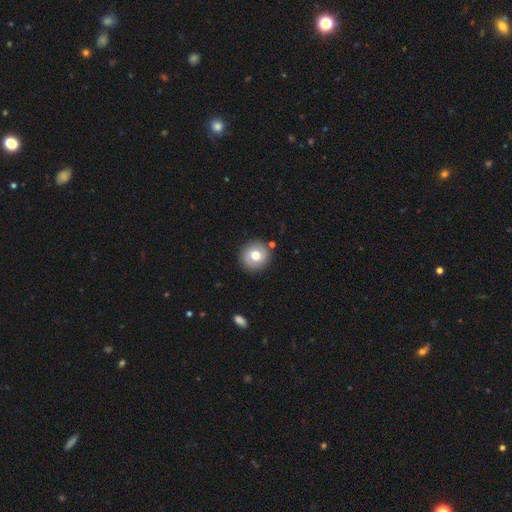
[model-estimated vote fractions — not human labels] smooth_or_featured: smooth (p=0.71) [alt: featured or disk p=0.20]
how_rounded: round (p=0.93) [alt: in between p=0.06]
merging: none (p=0.87) [alt: minor disturbance p=0.08]